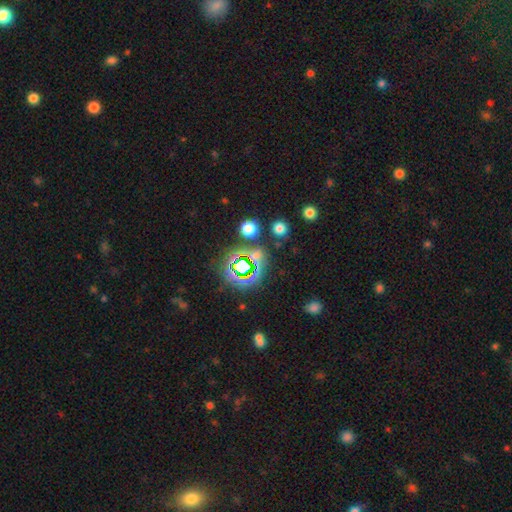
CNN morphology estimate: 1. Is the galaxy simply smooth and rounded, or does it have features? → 62% star or artifact, 29% smooth, 9% featured or disk.